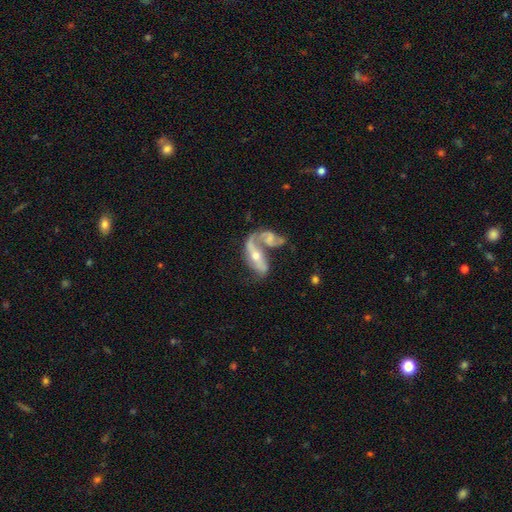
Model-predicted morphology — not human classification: Overall: featured or disk (69%). Edge-on disk: no (86%). Bar: no (52%; weak 28%). Spiral arms: yes (70%). Bulge size: moderate (54%; small 37%). Merging: merger (58%).